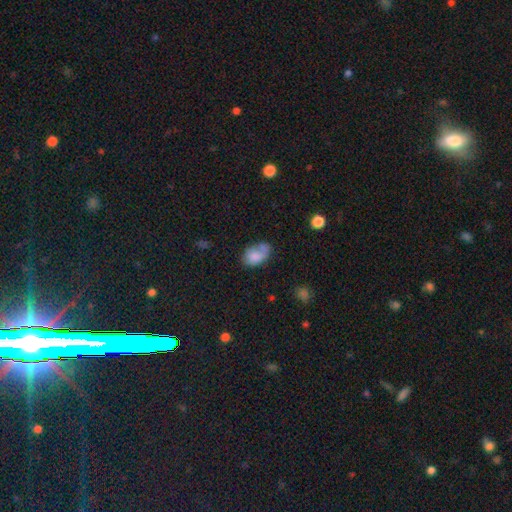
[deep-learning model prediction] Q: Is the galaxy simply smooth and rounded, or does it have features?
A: smooth — 74%.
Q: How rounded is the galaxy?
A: in between — 87%.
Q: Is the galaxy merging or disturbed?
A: none — 41%.